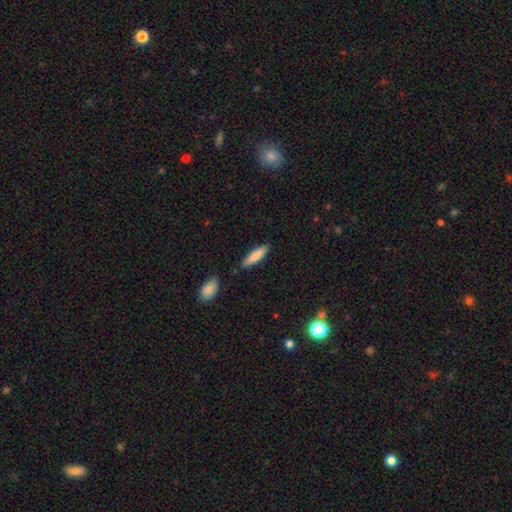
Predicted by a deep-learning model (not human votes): Overall: smooth (82%). How rounded: cigar-shaped (72%). Merging: none (85%).